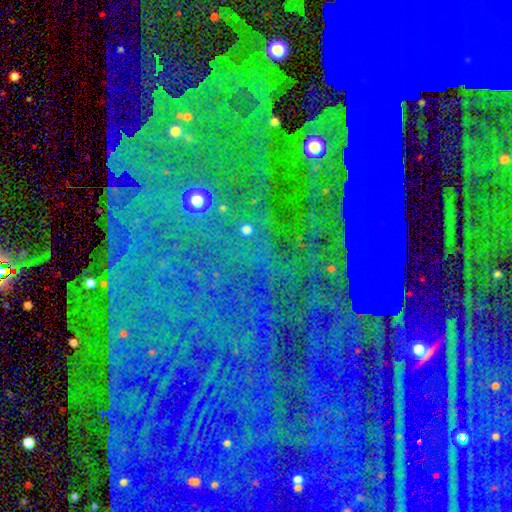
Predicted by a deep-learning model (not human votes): A star or artifact, not a galaxy (82%).